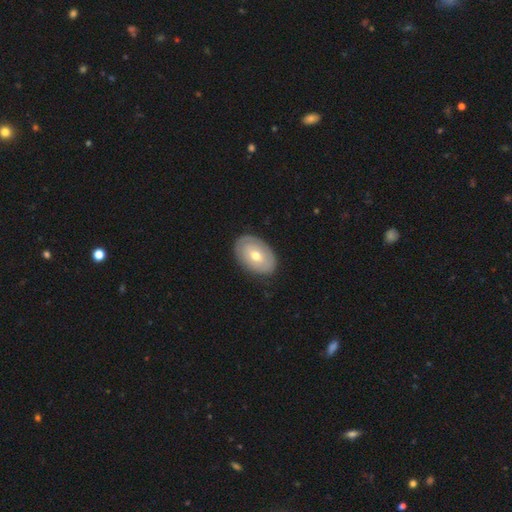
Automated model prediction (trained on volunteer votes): A smooth galaxy with no disk features (48%). Merging: none (84%).